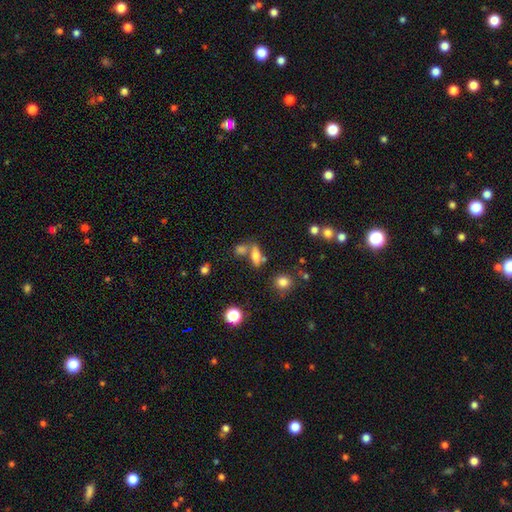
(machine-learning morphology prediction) Smooth or featured? Predicted: smooth (p=0.65). How rounded? Predicted: in between (p=0.65). Merging? Predicted: none (p=0.47).